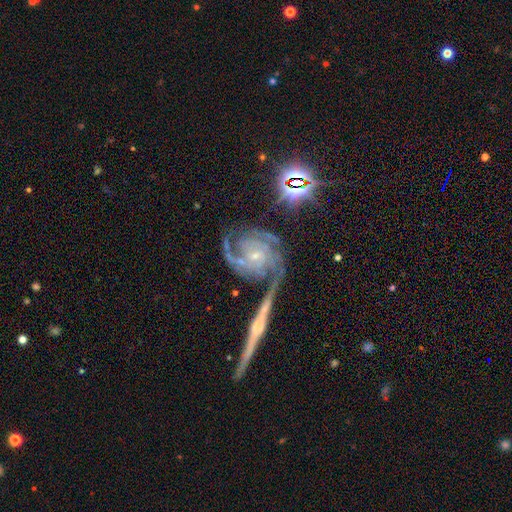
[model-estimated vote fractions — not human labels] featured or disk 88%, star or artifact 7%, smooth 5%. Down the decision tree: edge-on disk — no (96%); bar — no (61%); spiral arms — yes (97%); spiral arm count — 2 (35%); spiral winding — tight (57%); bulge size — small (77%); merging — none (48%).